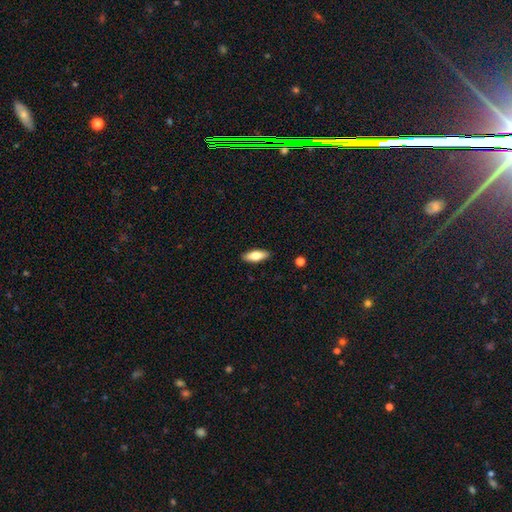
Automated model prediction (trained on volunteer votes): This appears to be a smooth galaxy with no disk features (76%) that is in between round and cigar-shaped (70%). Merging: none (89%).